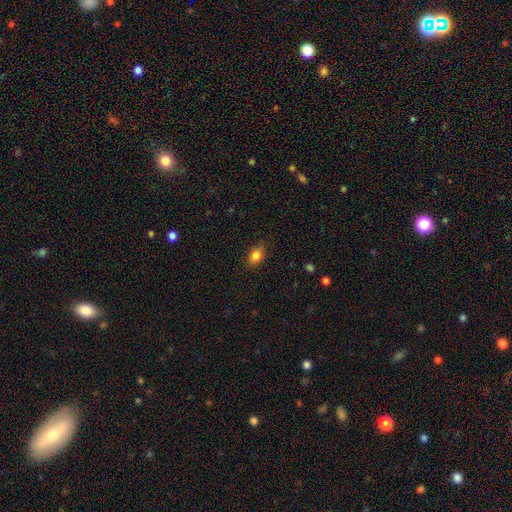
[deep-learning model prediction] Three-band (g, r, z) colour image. It shows a smooth galaxy with no disk features (83%) that is in between round and cigar-shaped (75%). Merging: none (83%).